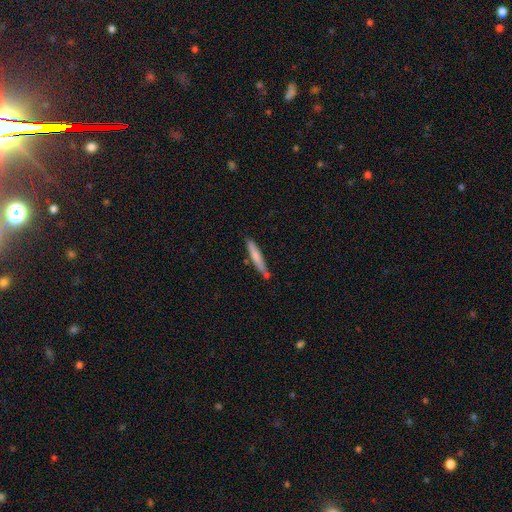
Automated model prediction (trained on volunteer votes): Smooth or featured: smooth — 70% (featured or disk — 24%)
How rounded: cigar-shaped — 94% (in between — 5%)
Merging: none — 73% (minor disturbance — 16%)